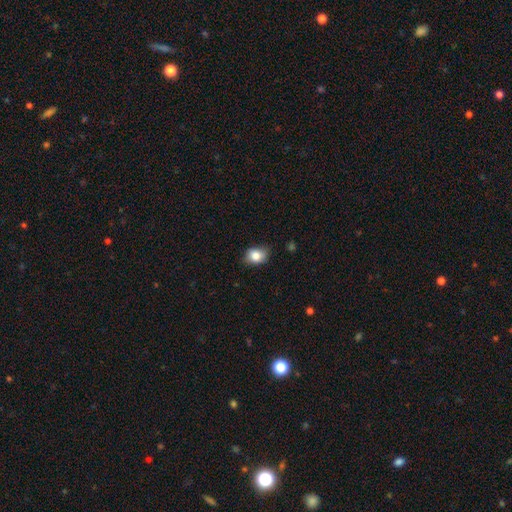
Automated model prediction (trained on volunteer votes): Smooth or featured: smooth — 83% (star or artifact — 9%)
How rounded: in between — 61% (round — 37%)
Merging: none — 75% (minor disturbance — 20%)